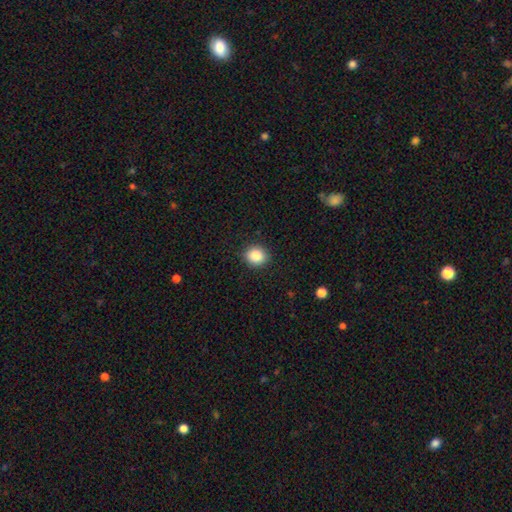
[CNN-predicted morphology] type=smooth (86%); roundness=round (76%); merging=none (91%).